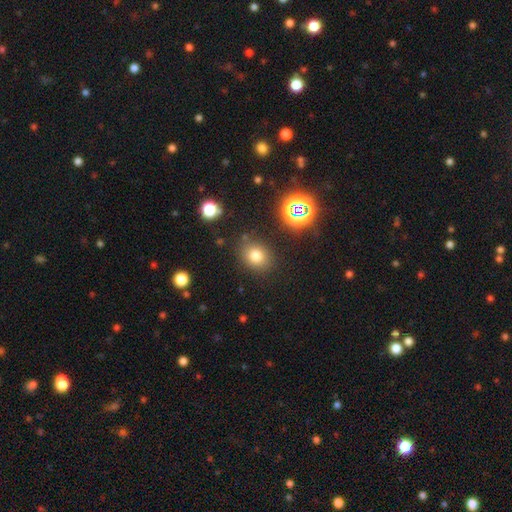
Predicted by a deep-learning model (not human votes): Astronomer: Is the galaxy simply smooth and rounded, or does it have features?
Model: smooth — 75%.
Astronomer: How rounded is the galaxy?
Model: round — 60% (runner-up: in between, 39%).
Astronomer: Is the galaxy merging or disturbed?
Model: none — 82%.